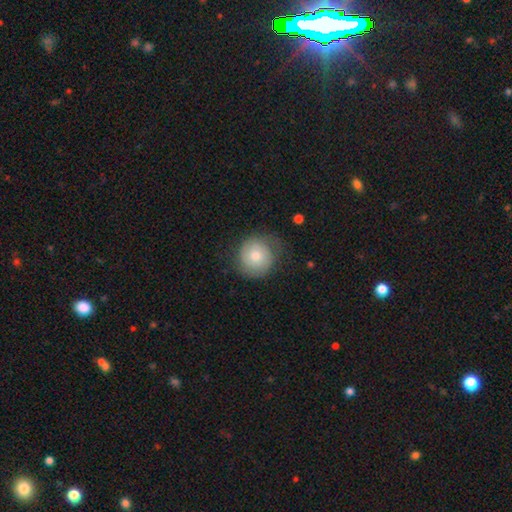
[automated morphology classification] A smooth galaxy with no disk features (67%) that is round (89%).

Vote fractions:
- Smooth or featured? smooth: 67% / featured or disk: 26% / star or artifact: 7%
- How rounded? round: 89% / in between: 10% / cigar-shaped: 1%
- Merging? none: 63% / minor disturbance: 24% / major disturbance: 11% / merger: 1%